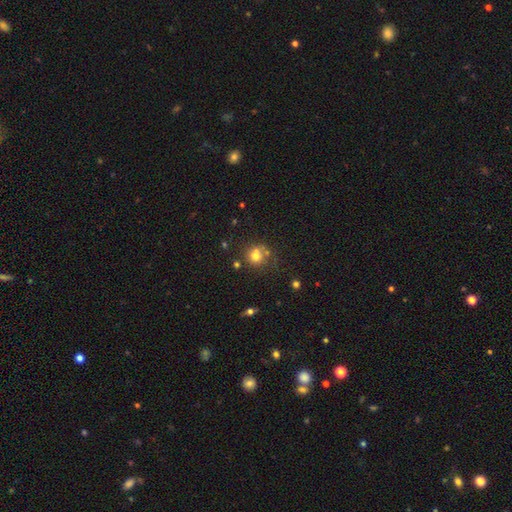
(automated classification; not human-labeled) Q: Smooth or featured?
A: smooth (72%); runner-up: star or artifact (15%)
Q: How rounded?
A: round (84%); runner-up: in between (15%)
Q: Merging?
A: none (56%); runner-up: merger (22%)